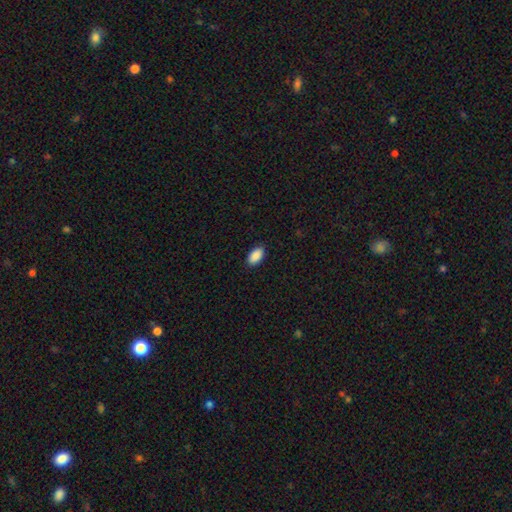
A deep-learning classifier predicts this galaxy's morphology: Overall: smooth (90%). How rounded: in between (94%). Merging: none (88%).